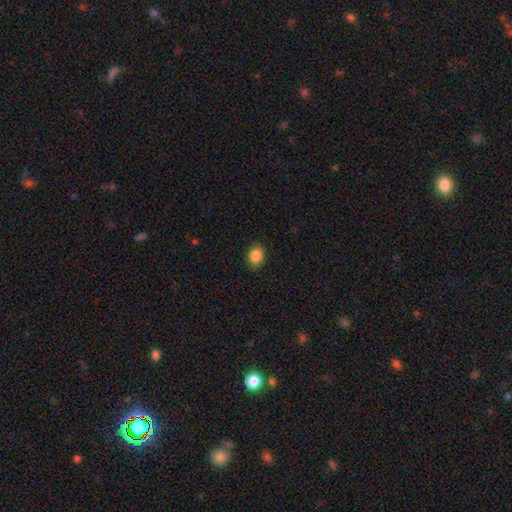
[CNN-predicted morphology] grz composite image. It shows a smooth galaxy with no disk features (87%) that is in between round and cigar-shaped (62%). Merging: none (87%).